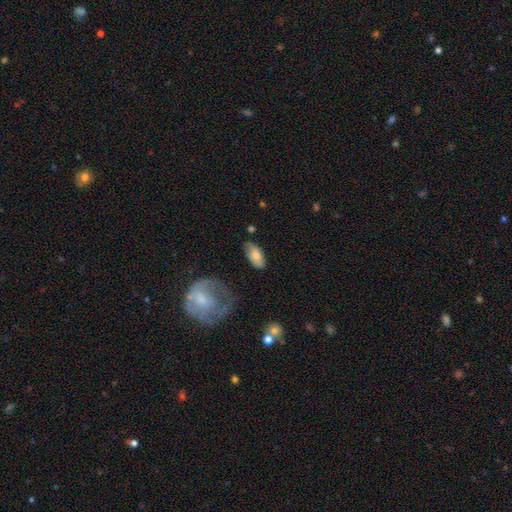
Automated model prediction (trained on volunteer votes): Smooth or featured: smooth — 73% (featured or disk — 20%)
How rounded: in between — 91% (cigar-shaped — 6%)
Merging: none — 70% (minor disturbance — 21%)